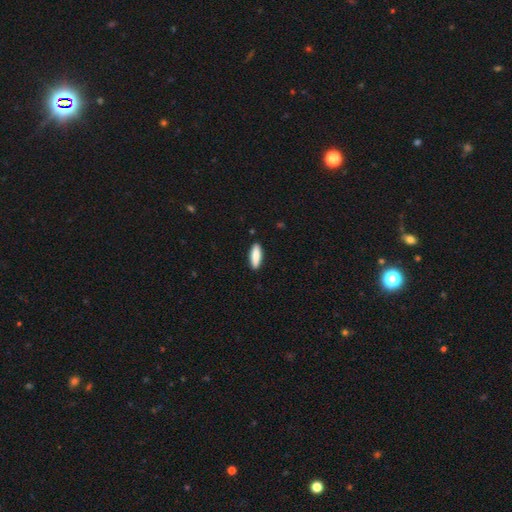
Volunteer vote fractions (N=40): This is clearly a smooth galaxy (92%). How rounded: likely cigar-shaped (76%). Merging: clearly none (82%).